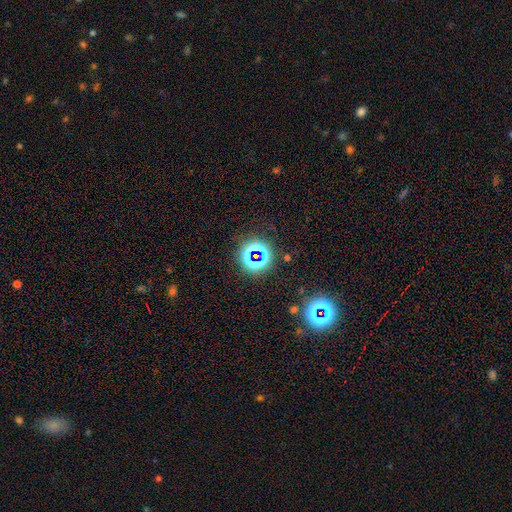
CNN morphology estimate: Smooth or featured: star or artifact — 69% (smooth — 21%)